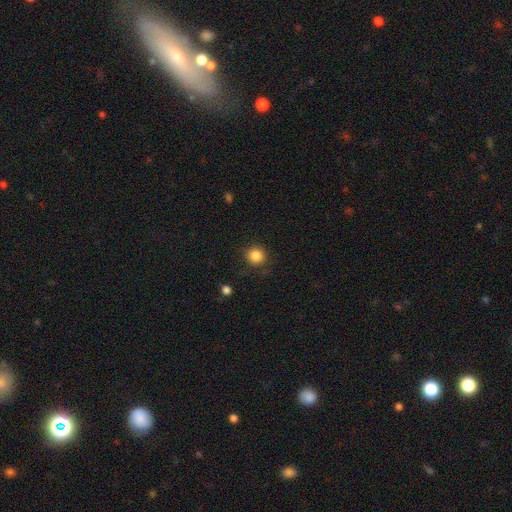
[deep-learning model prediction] smooth_or_featured: smooth (p=0.86) [alt: star or artifact p=0.10]
how_rounded: round (p=0.93) [alt: in between p=0.06]
merging: none (p=0.87) [alt: minor disturbance p=0.09]